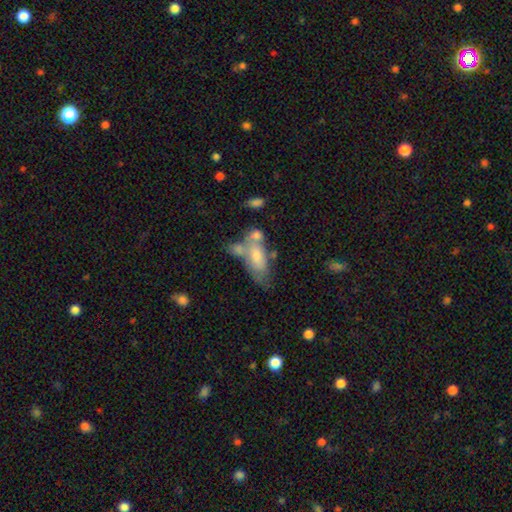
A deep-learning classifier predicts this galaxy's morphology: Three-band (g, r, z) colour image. It shows a smooth galaxy with no disk features (60%) that is in between round and cigar-shaped (78%). Merging: merger (38%).